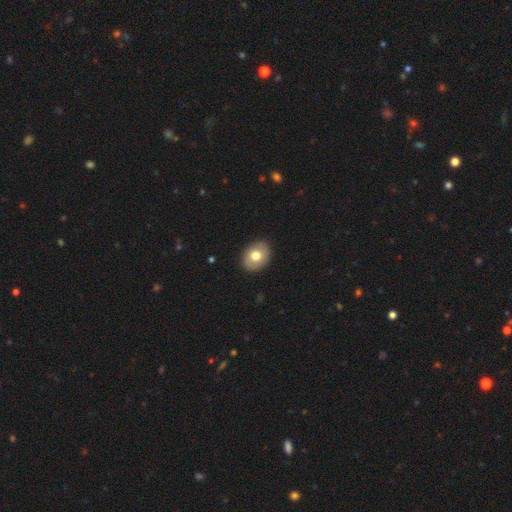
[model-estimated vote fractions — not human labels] This appears to be a smooth galaxy with no disk features (73%) that is in between round and cigar-shaped (64%). Merging: none (89%).